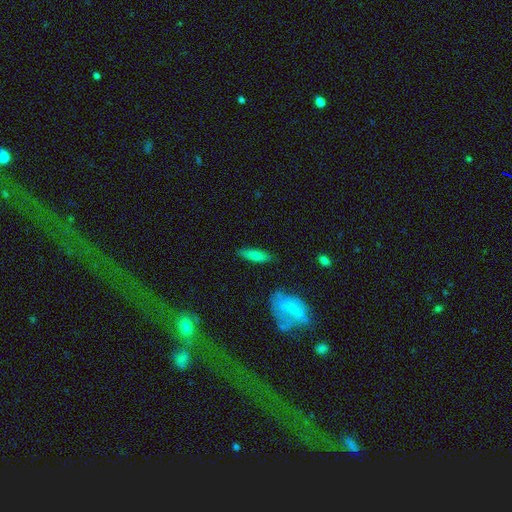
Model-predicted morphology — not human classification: Overall: smooth (76%). How rounded: cigar-shaped (58%; in between 39%). Merging: none (81%).